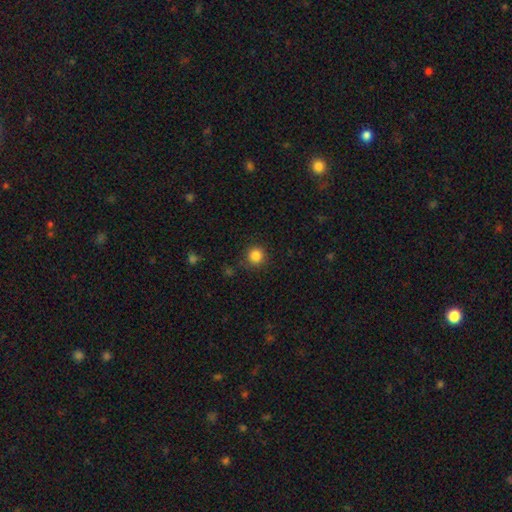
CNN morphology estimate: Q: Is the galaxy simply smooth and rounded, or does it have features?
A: smooth — 85%.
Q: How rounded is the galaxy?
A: round — 94%.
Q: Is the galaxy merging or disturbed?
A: none — 88%.